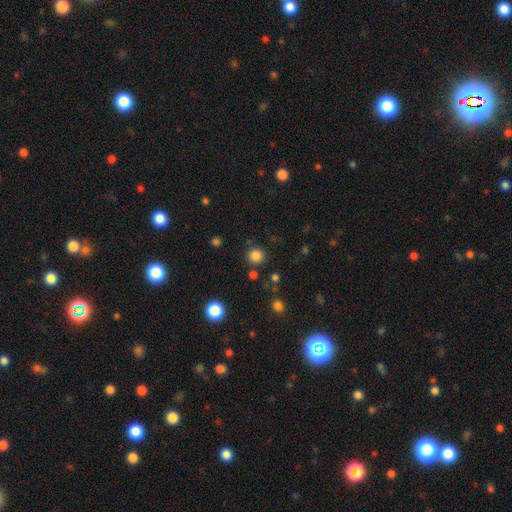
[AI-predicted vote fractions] Smooth or featured: smooth — 83% (star or artifact — 13%)
How rounded: round — 94% (in between — 5%)
Merging: none — 86% (minor disturbance — 7%)